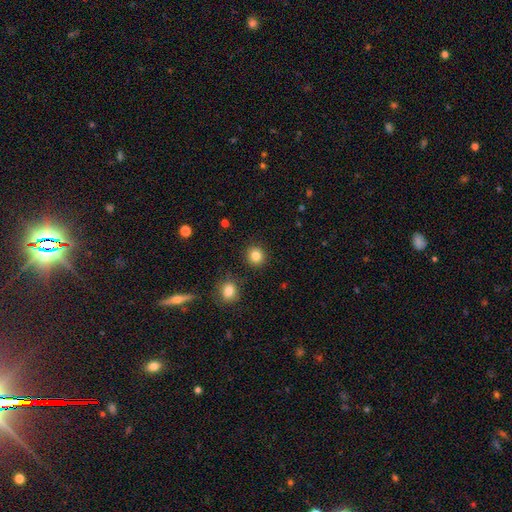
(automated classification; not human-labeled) A smooth galaxy with no disk features (84%) that is round (92%). Merging: none (90%).